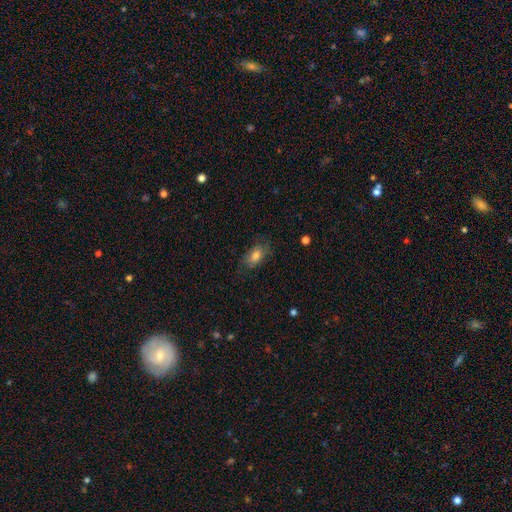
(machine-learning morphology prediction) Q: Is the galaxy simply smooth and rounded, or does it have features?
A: smooth — 67%.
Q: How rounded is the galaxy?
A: in between — 87%.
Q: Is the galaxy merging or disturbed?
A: none — 69%.